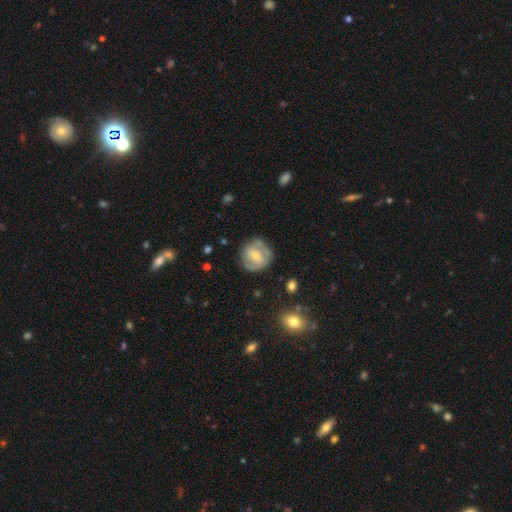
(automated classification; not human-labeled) Smooth or featured: featured or disk — 52% (smooth — 42%)
Edge-on disk: no — 96% (yes — 4%)
Merging: none — 73% (minor disturbance — 18%)